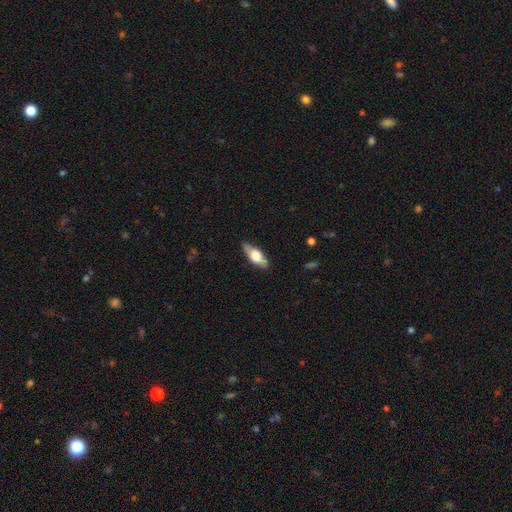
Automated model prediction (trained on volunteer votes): Smooth or featured? Predicted: smooth (p=0.54). How rounded? Predicted: in between (p=0.69). Merging? Predicted: none (p=0.83).